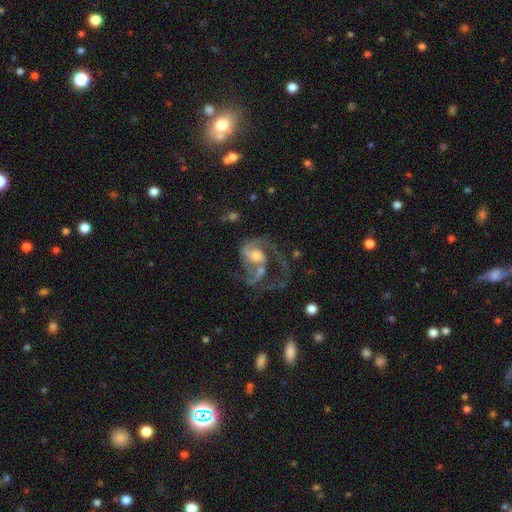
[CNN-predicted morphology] type=featured or disk (84%); edge-on=no (98%); bar=no (62%); spiral arms=yes (93%); winding=medium (50%); arm count=2 (53%); bulge=moderate (58%); merging=major disturbance (38%).